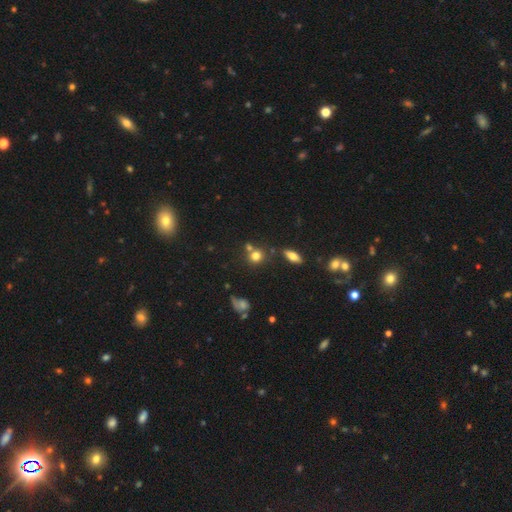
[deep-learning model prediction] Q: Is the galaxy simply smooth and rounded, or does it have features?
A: smooth — 74%.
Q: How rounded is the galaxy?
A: round — 83%.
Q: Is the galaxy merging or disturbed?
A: none — 58%.